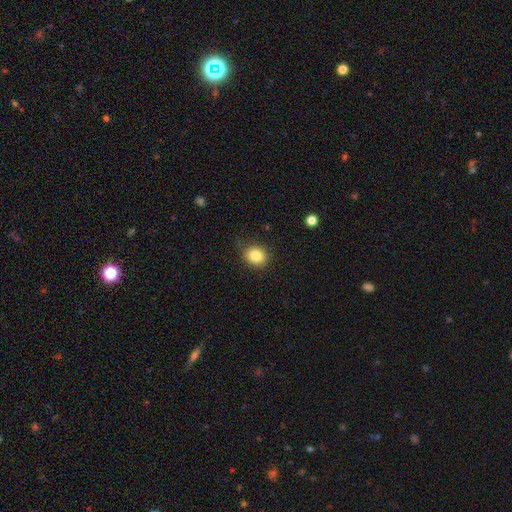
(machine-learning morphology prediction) smooth-or-featured: smooth: 83% | star or artifact: 10% | featured or disk: 7%
  how-rounded: round: 73% | in between: 26% | cigar-shaped: 1%
  merging: none: 81% | minor disturbance: 14% | major disturbance: 3% | merger: 1%